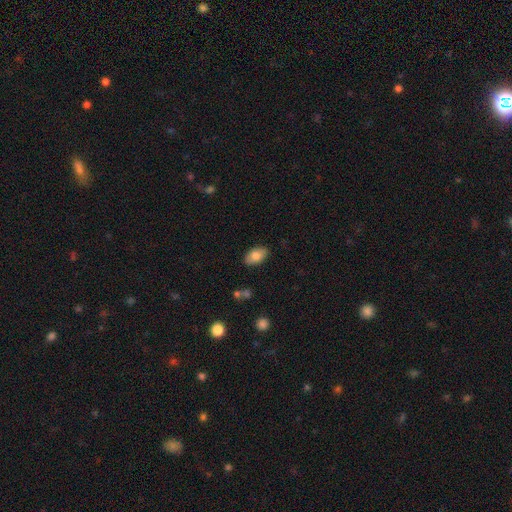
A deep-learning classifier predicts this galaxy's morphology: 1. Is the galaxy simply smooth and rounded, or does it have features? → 78% smooth, 15% featured or disk, 7% star or artifact.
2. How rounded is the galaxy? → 93% in between, 5% round, 2% cigar-shaped.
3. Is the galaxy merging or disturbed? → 84% none, 12% minor disturbance, 2% major disturbance, 2% merger.